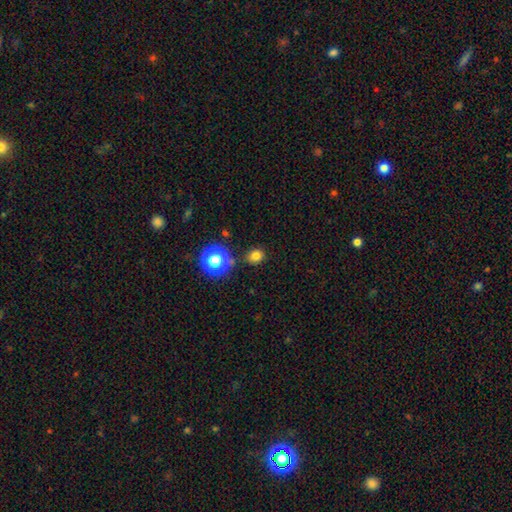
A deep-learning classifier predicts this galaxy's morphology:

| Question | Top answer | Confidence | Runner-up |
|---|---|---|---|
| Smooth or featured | smooth | 76% | star or artifact (18%) |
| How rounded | round | 71% | in between (28%) |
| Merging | none | 83% | minor disturbance (10%) |